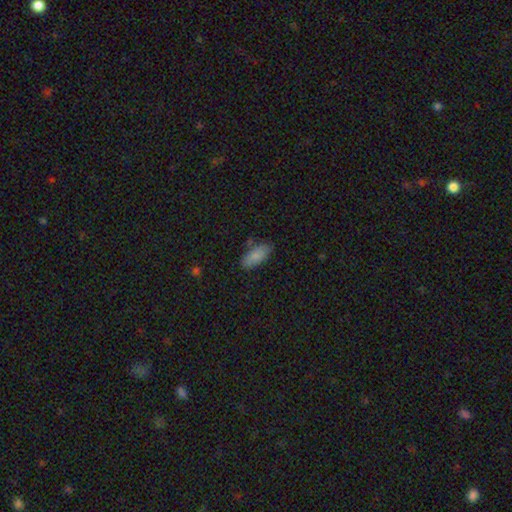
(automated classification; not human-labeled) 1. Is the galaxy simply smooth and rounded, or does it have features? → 85% smooth, 7% featured or disk, 7% star or artifact.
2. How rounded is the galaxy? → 85% in between, 13% cigar-shaped, 2% round.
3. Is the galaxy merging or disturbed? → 75% none, 18% minor disturbance, 4% merger, 4% major disturbance.